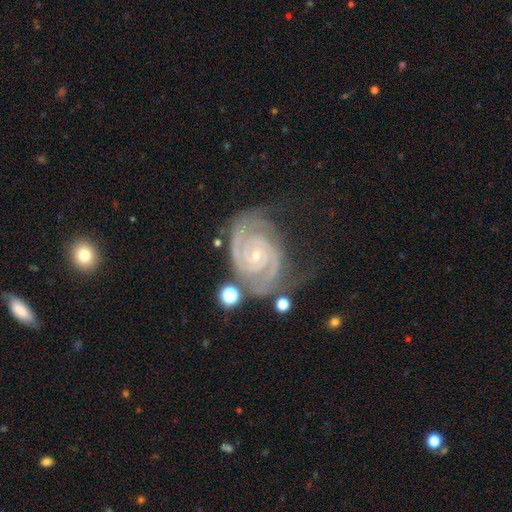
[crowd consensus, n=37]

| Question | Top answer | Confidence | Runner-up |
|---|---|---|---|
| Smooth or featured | featured or disk | 92% | smooth (8%) |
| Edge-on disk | no | 94% | yes (6%) |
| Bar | no | 69% | strong (16%) |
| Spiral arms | yes | 100% | — |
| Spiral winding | tight | 91% | medium (9%) |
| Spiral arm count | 2 | 69% | can't tell (12%) |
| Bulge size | small | 81% | moderate (19%) |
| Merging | none | 43% | minor disturbance (27%) |